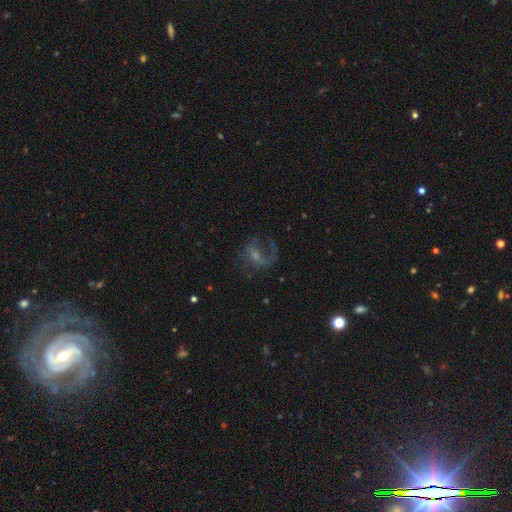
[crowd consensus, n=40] Smooth or featured?
  - featured or disk: 68% *
  - smooth: 20%
  - star or artifact: 12%
Edge-on disk?
  - no: 96% *
  - yes: 4%
Bar?
  - weak: 50% *
  - no: 46%
  - strong: 4%
Spiral arms?
  - yes: 88% *
  - no: 12%
Spiral winding?
  - loose: 61% *
  - medium: 30%
  - tight: 9%
Spiral arm count?
  - 1: 83% *
  - can't tell: 9%
  - 2: 4%
  - 4: 4%
  - 3: 0%
  - more than 4: 0%
Bulge size?
  - small: 42% *
  - moderate: 38%
  - none: 19%
  - dominant: 0%
  - large: 0%
Merging?
  - major disturbance: 49% *
  - none: 46%
  - minor disturbance: 6%
  - merger: 0%